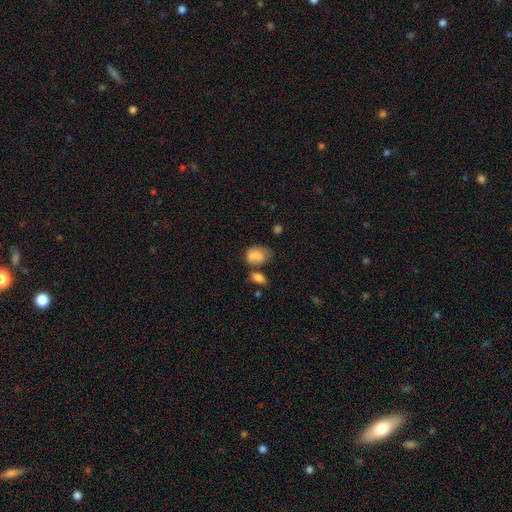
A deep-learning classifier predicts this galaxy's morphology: A smooth galaxy with no disk features (78%) that is in between round and cigar-shaped (75%). Merging: none (35%).